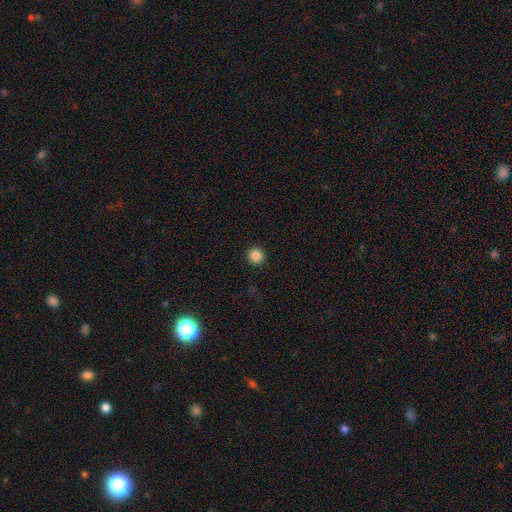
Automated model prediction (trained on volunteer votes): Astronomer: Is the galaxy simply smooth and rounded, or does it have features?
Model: smooth — 85%.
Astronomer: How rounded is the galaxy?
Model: round — 93%.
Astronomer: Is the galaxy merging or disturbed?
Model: none — 93%.